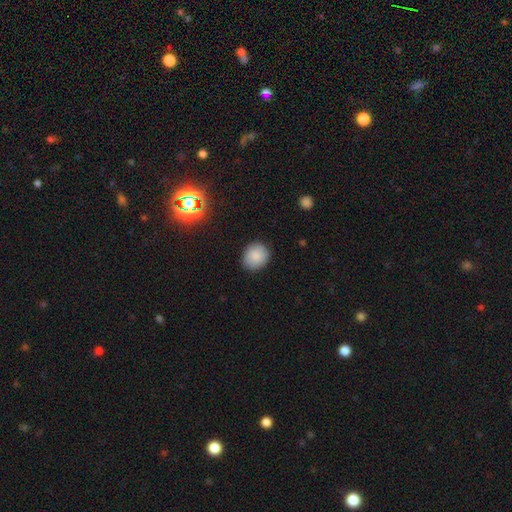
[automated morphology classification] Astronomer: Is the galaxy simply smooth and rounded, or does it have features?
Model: smooth — 85%.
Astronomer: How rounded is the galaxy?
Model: round — 70%.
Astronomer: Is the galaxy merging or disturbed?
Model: none — 87%.